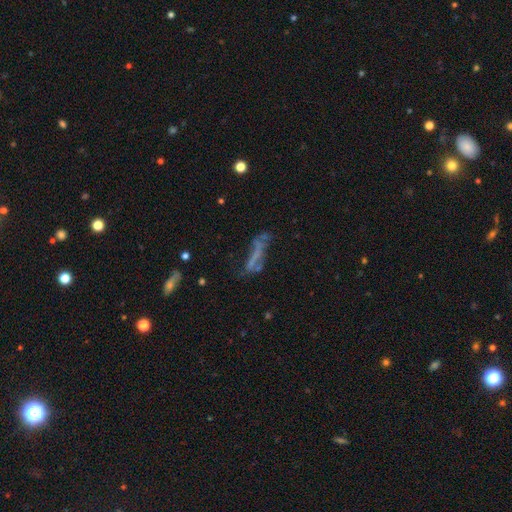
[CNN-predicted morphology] type=featured or disk (49%); merging=none (40%).